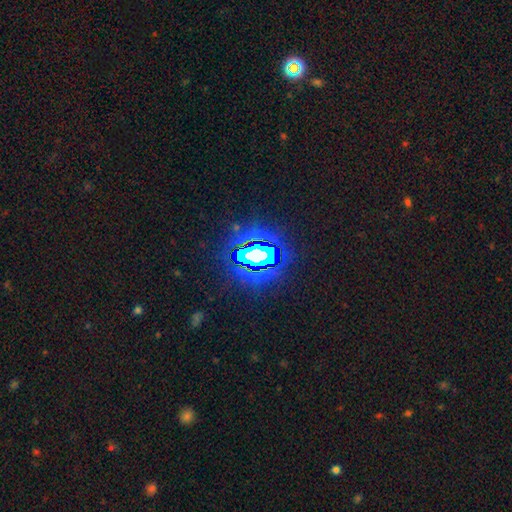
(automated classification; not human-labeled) Morphology: type=star or artifact (75%).